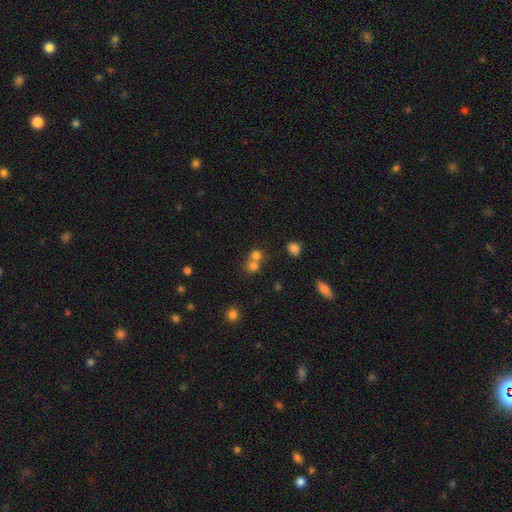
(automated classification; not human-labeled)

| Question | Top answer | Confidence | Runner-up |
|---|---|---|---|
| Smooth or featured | smooth | 72% | star or artifact (16%) |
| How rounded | round | 81% | in between (17%) |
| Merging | merger | 55% | none (37%) |